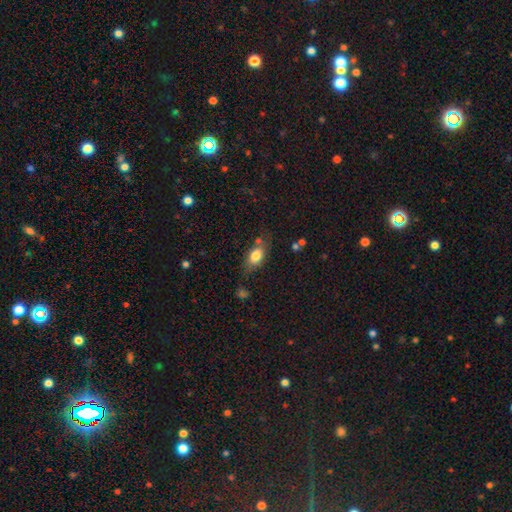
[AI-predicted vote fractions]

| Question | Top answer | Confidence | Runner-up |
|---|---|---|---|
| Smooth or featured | smooth | 78% | featured or disk (14%) |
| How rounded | in between | 84% | round (9%) |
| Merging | none | 63% | minor disturbance (22%) |